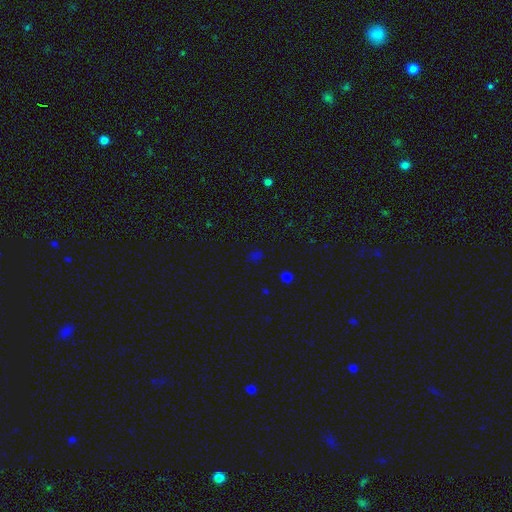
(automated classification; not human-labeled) Overall: star or artifact (49%; smooth 45%).